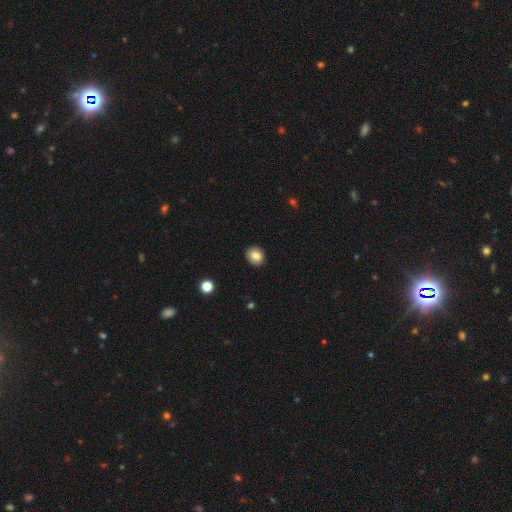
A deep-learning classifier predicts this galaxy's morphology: smooth_or_featured: smooth (p=0.83) [alt: star or artifact p=0.09]
how_rounded: round (p=0.71) [alt: in between p=0.28]
merging: none (p=0.91) [alt: minor disturbance p=0.06]